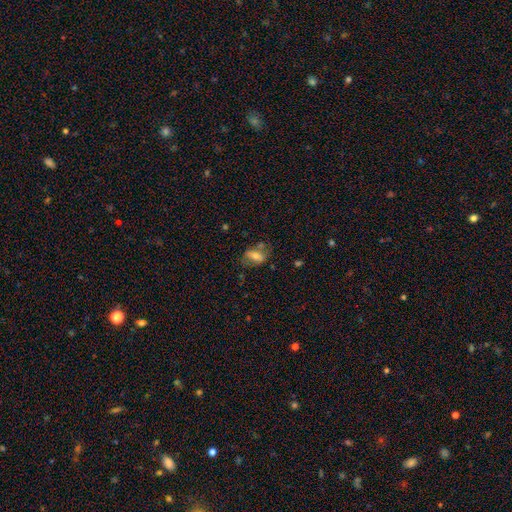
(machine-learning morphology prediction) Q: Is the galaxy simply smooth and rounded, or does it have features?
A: smooth — 58%.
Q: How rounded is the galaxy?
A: in between — 80%.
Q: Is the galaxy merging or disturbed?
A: none — 54%.